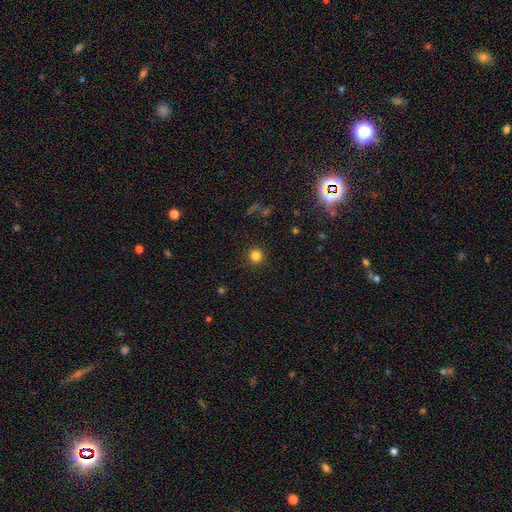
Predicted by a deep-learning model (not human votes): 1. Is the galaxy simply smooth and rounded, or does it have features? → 82% smooth, 13% star or artifact, 4% featured or disk.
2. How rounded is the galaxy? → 94% round, 5% in between, 1% cigar-shaped.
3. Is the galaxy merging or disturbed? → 92% none, 5% minor disturbance, 2% major disturbance, 1% merger.